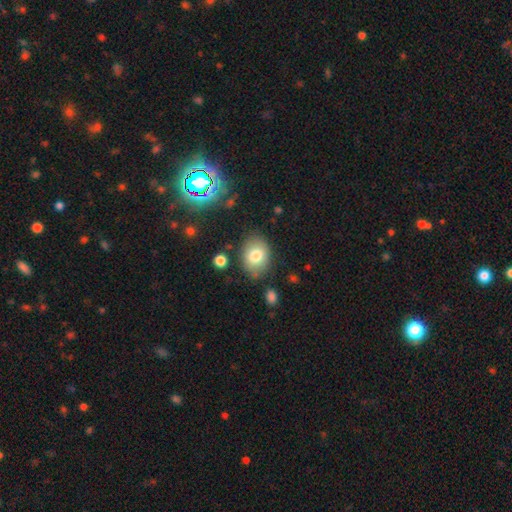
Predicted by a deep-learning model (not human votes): smooth_or_featured: smooth (p=0.77) [alt: featured or disk p=0.14]
how_rounded: in between (p=0.67) [alt: round p=0.32]
merging: none (p=0.78) [alt: minor disturbance p=0.15]